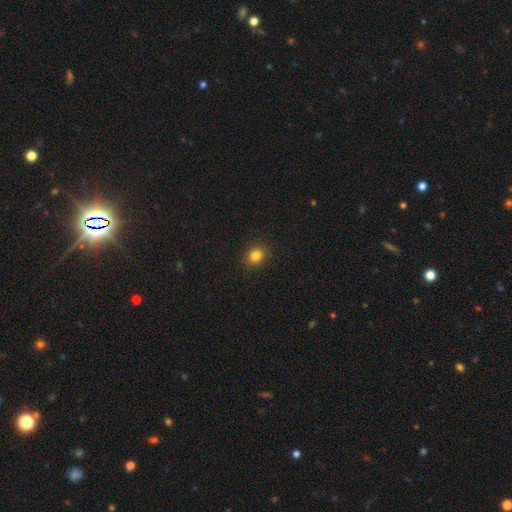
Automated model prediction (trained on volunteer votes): smooth-or-featured: smooth: 84% | star or artifact: 12% | featured or disk: 5%
  how-rounded: round: 72% | in between: 27% | cigar-shaped: 1%
  merging: none: 90% | minor disturbance: 7% | major disturbance: 2% | merger: 1%